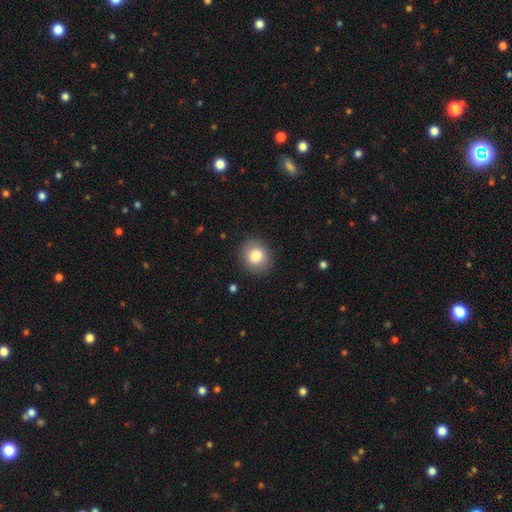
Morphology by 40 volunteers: Smooth or featured?
  - smooth: 82% *
  - featured or disk: 12%
  - star or artifact: 5%
How rounded?
  - round: 94% *
  - in between: 6%
  - cigar-shaped: 0%
Merging?
  - none: 87% *
  - major disturbance: 8%
  - minor disturbance: 5%
  - merger: 0%